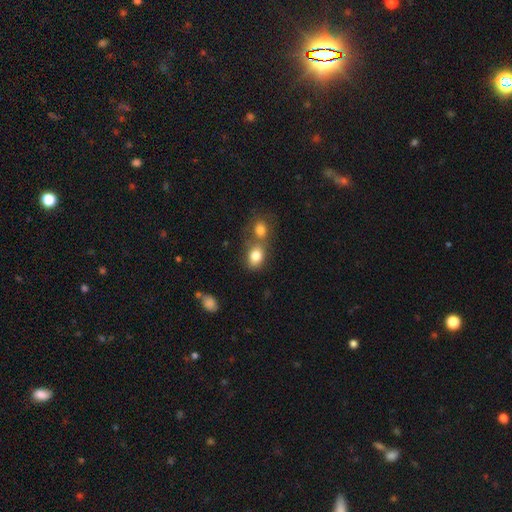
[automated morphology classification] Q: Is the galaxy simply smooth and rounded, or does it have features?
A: smooth — 82%.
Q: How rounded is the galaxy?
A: in between — 67%.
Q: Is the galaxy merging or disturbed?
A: merger — 48%.